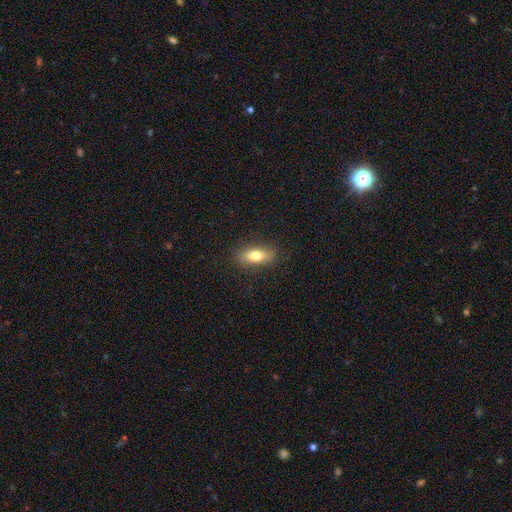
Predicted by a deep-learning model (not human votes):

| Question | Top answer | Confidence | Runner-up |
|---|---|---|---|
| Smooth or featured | smooth | 74% | featured or disk (18%) |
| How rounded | in between | 75% | cigar-shaped (20%) |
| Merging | none | 86% | minor disturbance (10%) |